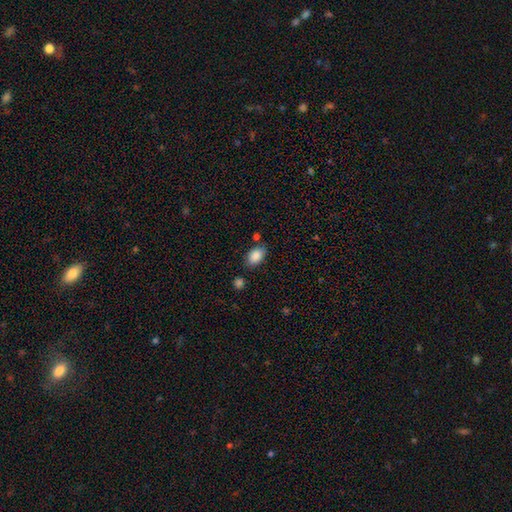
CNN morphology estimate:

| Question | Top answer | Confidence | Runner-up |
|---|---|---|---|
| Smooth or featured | smooth | 87% | star or artifact (8%) |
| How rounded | in between | 88% | round (11%) |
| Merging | none | 75% | minor disturbance (15%) |